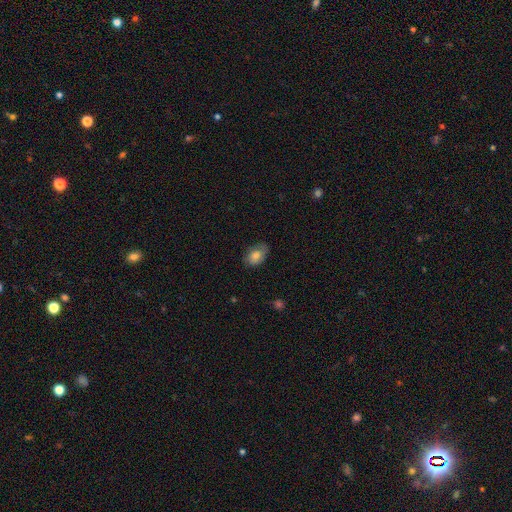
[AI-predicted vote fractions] A smooth galaxy with no disk features (75%) that is in between round and cigar-shaped (84%).

Vote fractions:
- Smooth or featured? smooth: 75% / featured or disk: 16% / star or artifact: 8%
- How rounded? in between: 84% / round: 14% / cigar-shaped: 1%
- Merging? none: 71% / minor disturbance: 23% / major disturbance: 5% / merger: 1%